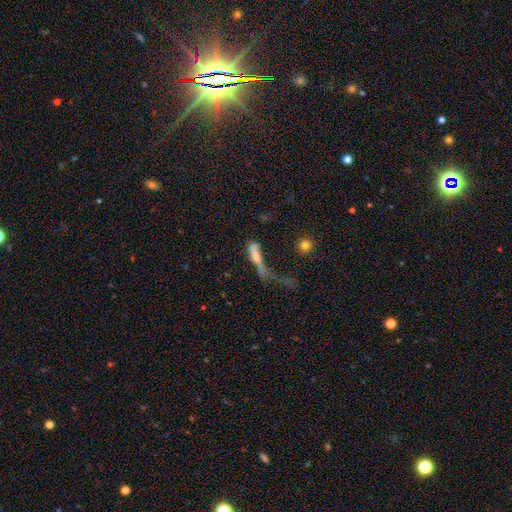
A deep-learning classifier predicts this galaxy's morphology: smooth 49%, featured or disk 39%, star or artifact 12%. Down the decision tree: merging — major disturbance (51%).